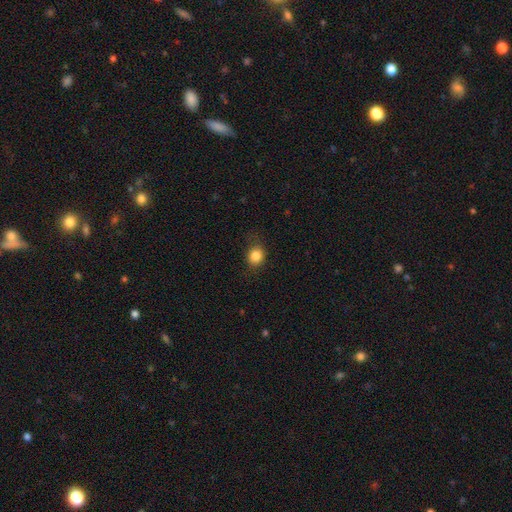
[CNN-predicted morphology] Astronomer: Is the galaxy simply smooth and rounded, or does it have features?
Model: smooth — 83%.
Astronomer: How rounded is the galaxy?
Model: round — 74%.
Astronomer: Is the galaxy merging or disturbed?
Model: none — 78%.